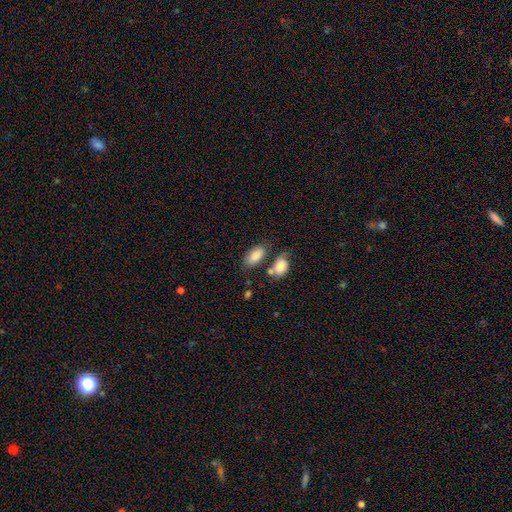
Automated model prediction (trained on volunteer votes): This is clearly a smooth galaxy (84%). How rounded: clearly in between (93%). Merging: possibly none (57%).